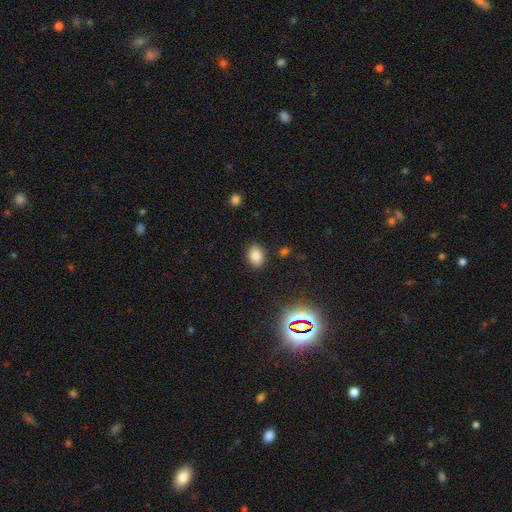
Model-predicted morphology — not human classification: Smooth or featured? Predicted: smooth (p=0.83). How rounded? Predicted: in between (p=0.64). Merging? Predicted: none (p=0.87).